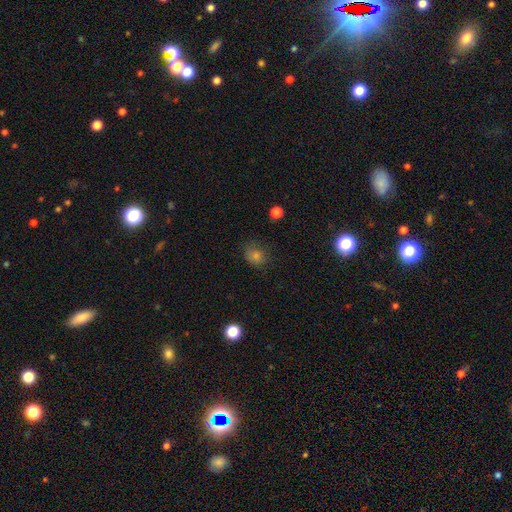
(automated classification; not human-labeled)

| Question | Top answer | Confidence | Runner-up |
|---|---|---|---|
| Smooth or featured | smooth | 72% | star or artifact (20%) |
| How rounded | round | 67% | in between (32%) |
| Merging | none | 75% | minor disturbance (18%) |